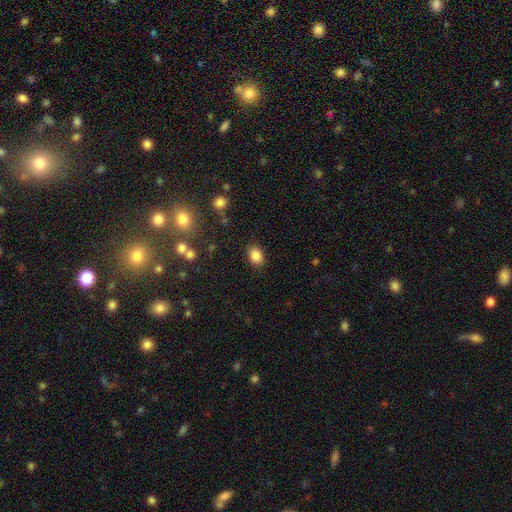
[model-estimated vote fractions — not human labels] The model was most divided on "how rounded": in between: 77%, round: 22%, cigar-shaped: 1%. More confident: smooth or featured — smooth (86%); merging — none (86%).